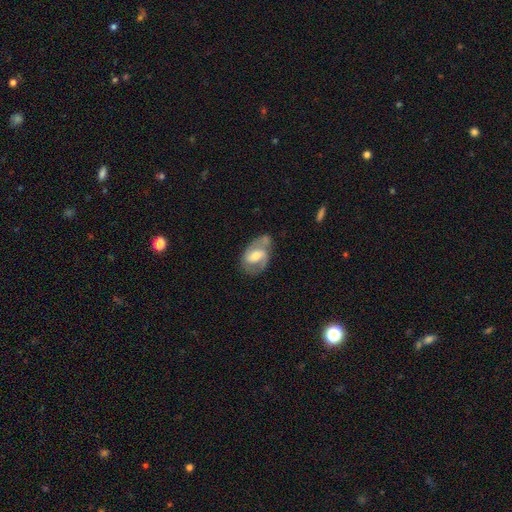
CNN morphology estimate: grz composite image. It shows a featured or disk galaxy (69%) with a weak bar (48%), 2 (78%) medium (51%) spiral arms (81%) and a moderate central bulge (59%). Merging: none (54%).